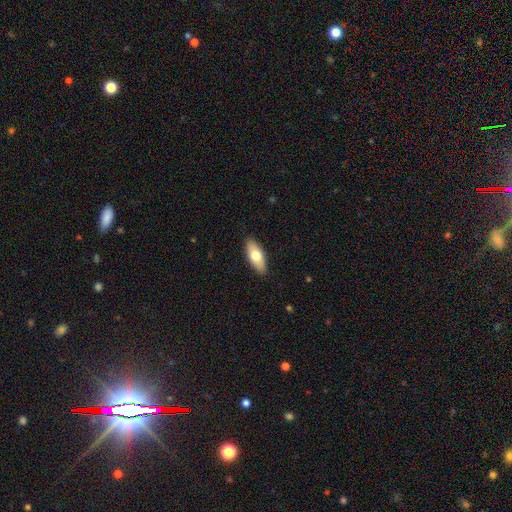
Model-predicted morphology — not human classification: Smooth or featured?
  - smooth: 71% *
  - featured or disk: 24%
  - star or artifact: 6%
How rounded?
  - in between: 79% *
  - cigar-shaped: 18%
  - round: 3%
Merging?
  - none: 89% *
  - minor disturbance: 9%
  - major disturbance: 2%
  - merger: 1%